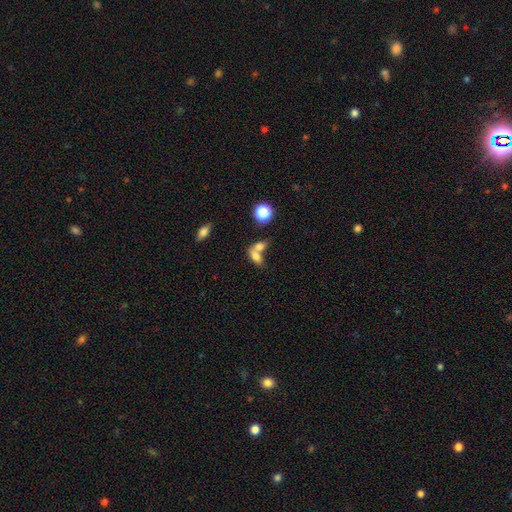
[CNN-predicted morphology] Q: Smooth or featured?
A: smooth (73%); runner-up: featured or disk (16%)
Q: How rounded?
A: in between (78%); runner-up: round (14%)
Q: Merging?
A: merger (60%); runner-up: none (27%)